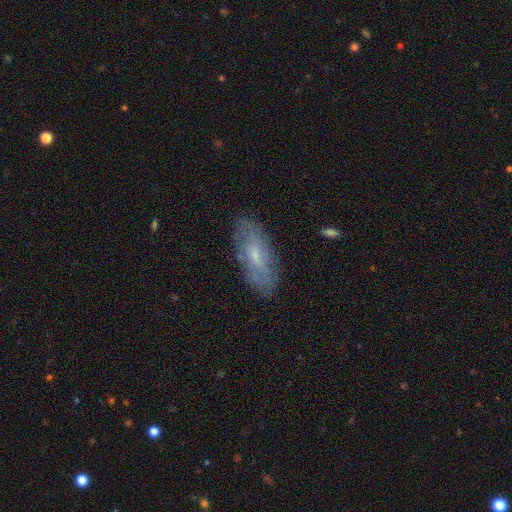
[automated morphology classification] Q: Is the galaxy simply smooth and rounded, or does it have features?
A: featured or disk — 51%.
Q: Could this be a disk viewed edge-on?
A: no — 83%.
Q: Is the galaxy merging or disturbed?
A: none — 80%.